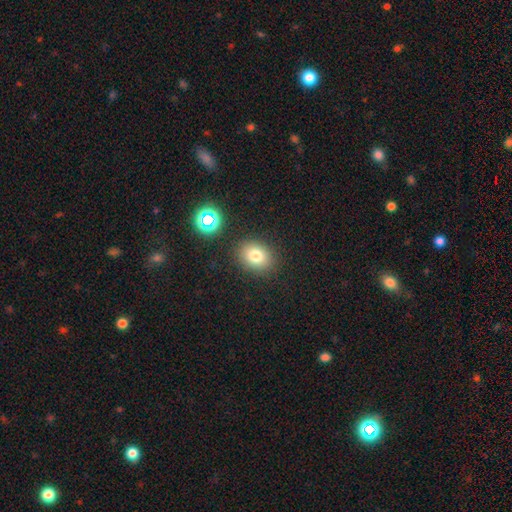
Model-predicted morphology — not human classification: Smooth or featured?
  - smooth: 77% *
  - star or artifact: 14%
  - featured or disk: 9%
How rounded?
  - in between: 52% *
  - round: 47%
  - cigar-shaped: 1%
Merging?
  - none: 86% *
  - minor disturbance: 9%
  - major disturbance: 3%
  - merger: 3%